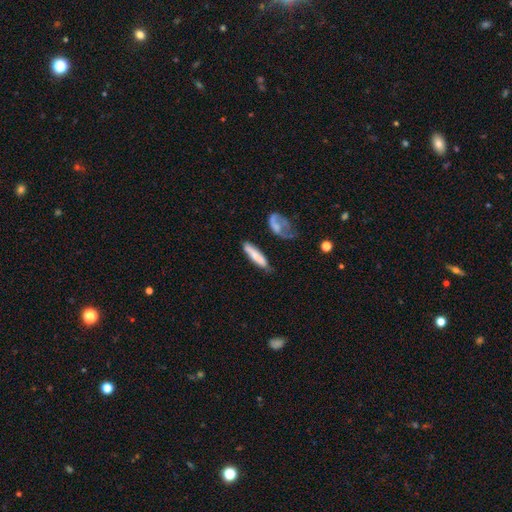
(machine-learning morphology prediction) smooth_or_featured: smooth (p=0.72) [alt: featured or disk p=0.21]
how_rounded: cigar-shaped (p=0.79) [alt: in between p=0.19]
merging: none (p=0.64) [alt: minor disturbance p=0.22]